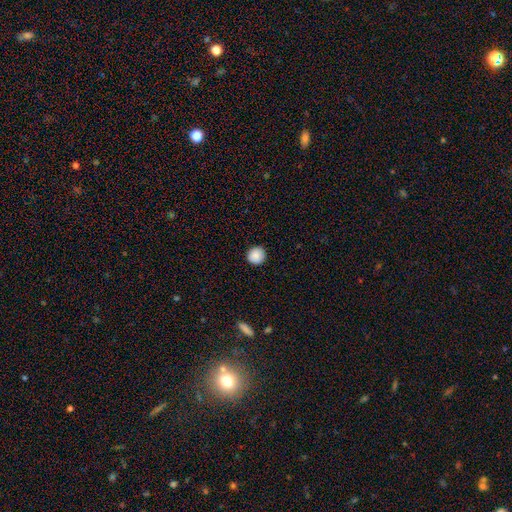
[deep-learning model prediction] smooth 89%, star or artifact 8%, featured or disk 3%. Down the decision tree: how rounded — round (94%); merging — none (92%).